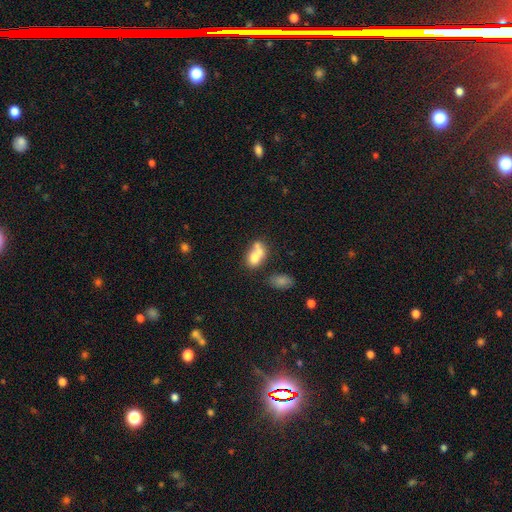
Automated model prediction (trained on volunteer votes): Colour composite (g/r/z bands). It shows a smooth galaxy with no disk features (66%) that is in between round and cigar-shaped (61%). Merging: merger (64%).